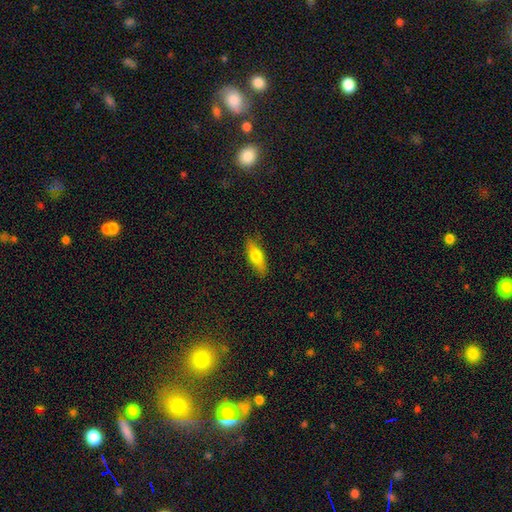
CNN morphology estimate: This appears to be a smooth galaxy with no disk features (66%) that is in between round and cigar-shaped (56%). Merging: none (86%).